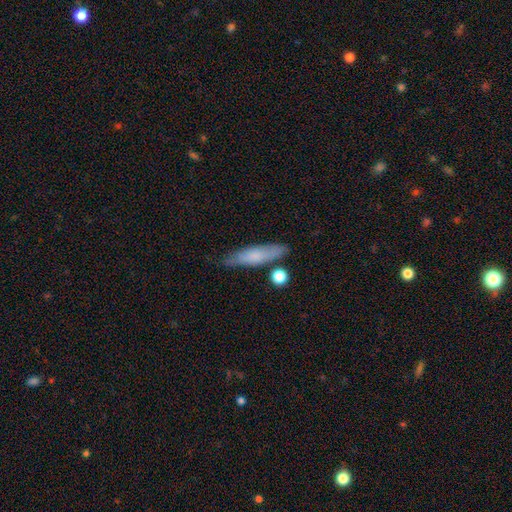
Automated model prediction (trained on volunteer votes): smooth_or_featured: smooth (p=0.67) [alt: featured or disk p=0.26]
how_rounded: cigar-shaped (p=0.72) [alt: in between p=0.25]
merging: none (p=0.75) [alt: minor disturbance p=0.16]